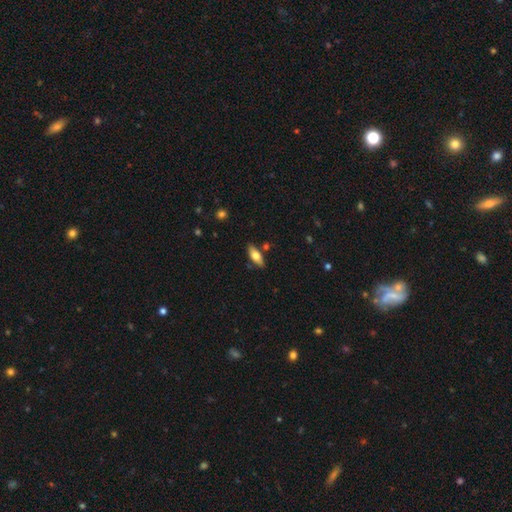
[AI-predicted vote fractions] This is likely a smooth galaxy (63%). How rounded: likely in between (73%). Merging: clearly none (82%).